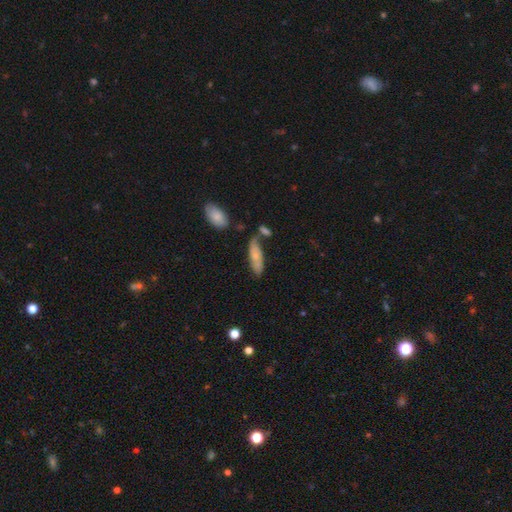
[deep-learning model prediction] Overall: smooth (63%; featured or disk 30%). How rounded: in between (58%; cigar-shaped 40%). Merging: none (55%; minor disturbance 23%).